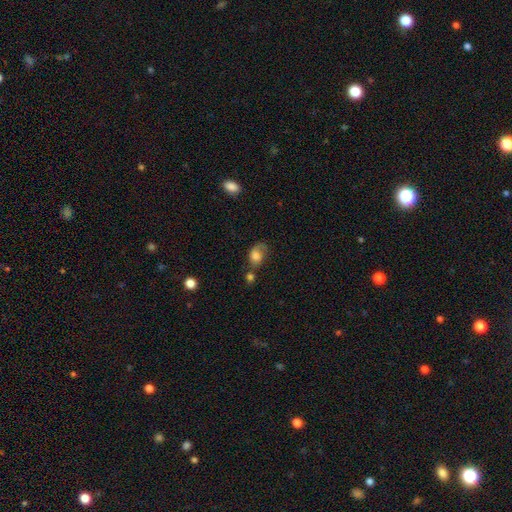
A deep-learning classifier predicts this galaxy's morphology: Smooth or featured? Predicted: smooth (p=0.66). How rounded? Predicted: in between (p=0.67). Merging? Predicted: none (p=0.33).